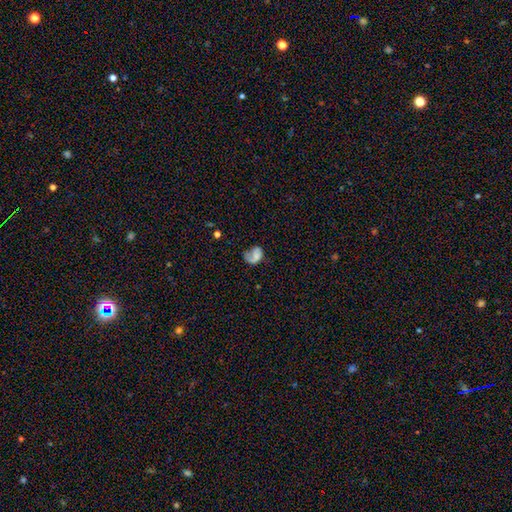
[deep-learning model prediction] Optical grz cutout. It shows a smooth galaxy with no disk features (52%) that is in between round and cigar-shaped (61%). Merging: major disturbance (38%).